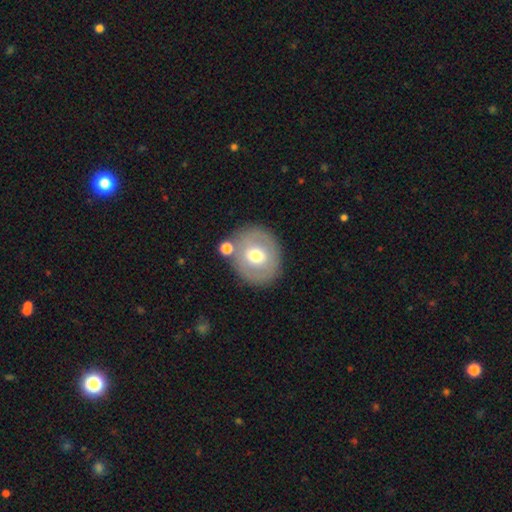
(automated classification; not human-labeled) Overall: smooth (55%; featured or disk 37%). How rounded: round (77%). Merging: none (75%).